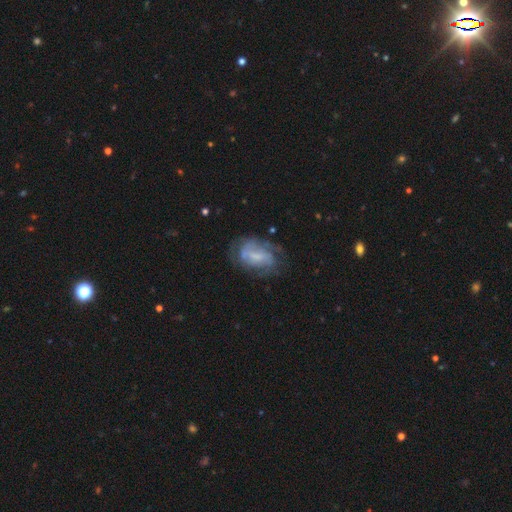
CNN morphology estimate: A featured or disk galaxy (66%) with a weak bar (43%), spiral arms (76%) and no central bulge (37%). Merging: none (55%).